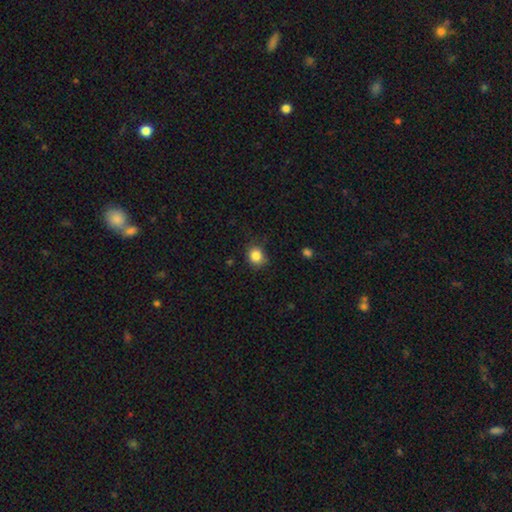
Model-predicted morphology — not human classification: A smooth galaxy with no disk features (85%) that is round (83%).

Vote fractions:
- Smooth or featured? smooth: 85% / star or artifact: 11% / featured or disk: 5%
- How rounded? round: 83% / in between: 16% / cigar-shaped: 1%
- Merging? none: 78% / minor disturbance: 16% / major disturbance: 4% / merger: 2%